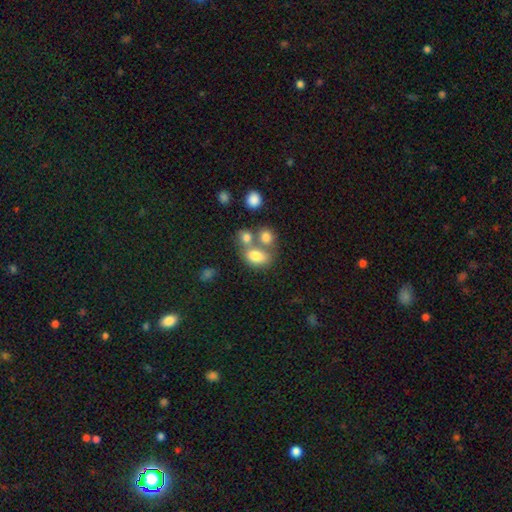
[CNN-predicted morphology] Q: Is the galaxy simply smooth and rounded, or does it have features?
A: smooth — 75%.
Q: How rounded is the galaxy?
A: in between — 75%.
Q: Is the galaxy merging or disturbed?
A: merger — 42%.